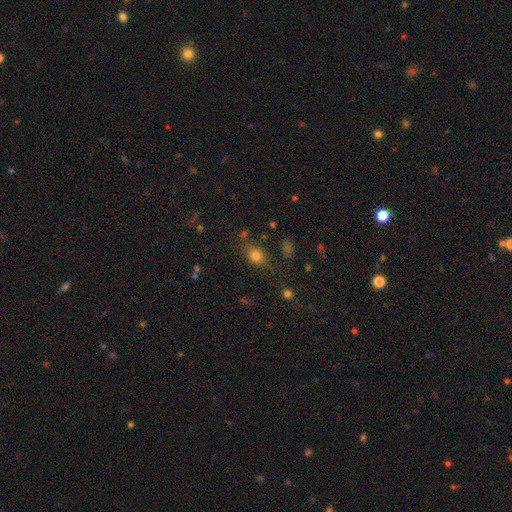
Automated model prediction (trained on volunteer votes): smooth 77%, star or artifact 15%, featured or disk 9%. Down the decision tree: how rounded — in between (54%); merging — none (72%).